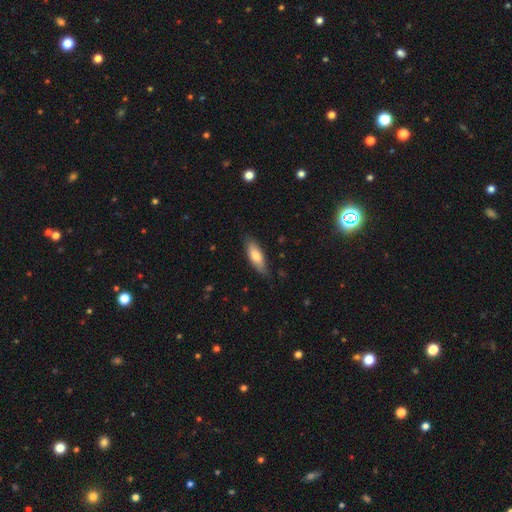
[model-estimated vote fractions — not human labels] Overall: smooth (75%). How rounded: in between (58%; cigar-shaped 40%). Merging: none (79%).